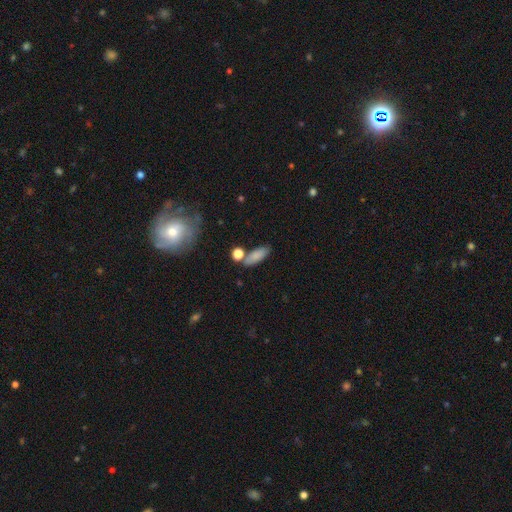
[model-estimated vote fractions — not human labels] Smooth or featured? smooth (81%)
How rounded? in between (70%)
Merging? none (68%)